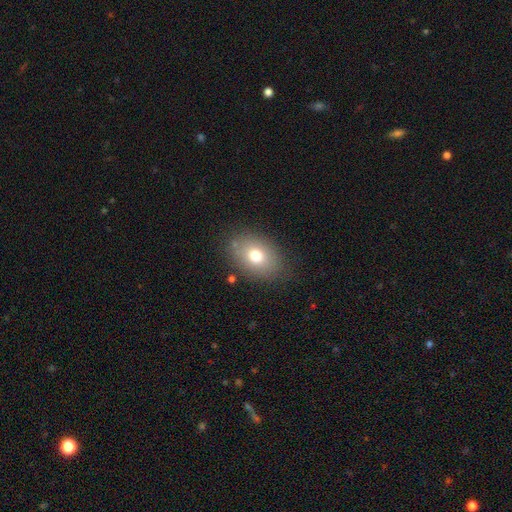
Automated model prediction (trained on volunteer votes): Q: Smooth or featured?
A: smooth (75%); runner-up: featured or disk (15%)
Q: How rounded?
A: in between (77%); runner-up: round (22%)
Q: Merging?
A: none (80%); runner-up: minor disturbance (13%)